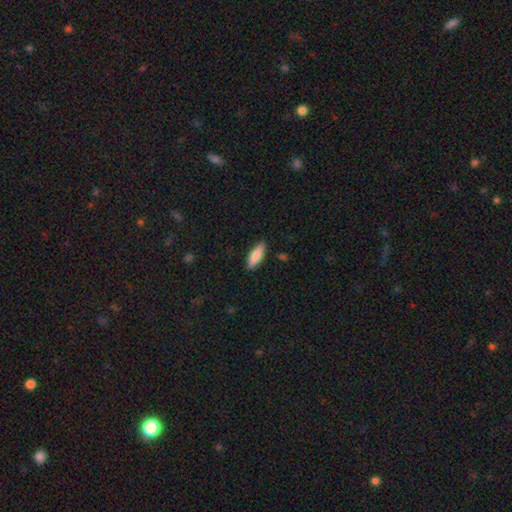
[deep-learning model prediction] Smooth or featured?
  - smooth: 82% *
  - featured or disk: 13%
  - star or artifact: 6%
How rounded?
  - in between: 57% *
  - cigar-shaped: 41%
  - round: 2%
Merging?
  - none: 87% *
  - minor disturbance: 10%
  - major disturbance: 2%
  - merger: 1%